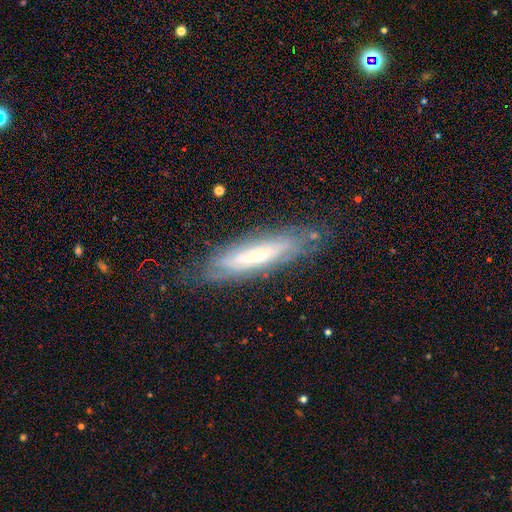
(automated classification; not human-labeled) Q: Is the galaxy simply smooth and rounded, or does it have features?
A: featured or disk — 61%.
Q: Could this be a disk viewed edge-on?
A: no — 52%.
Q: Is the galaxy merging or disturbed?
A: none — 75%.